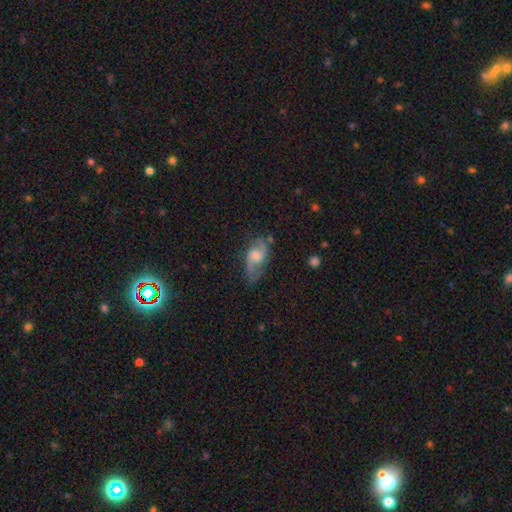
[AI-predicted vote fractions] Morphology: type=featured or disk (65%); edge-on=no (92%); bar=no (57%); spiral arms=yes (88%); winding=loose (45%); arm count=2 (85%); bulge=moderate (45%); merging=none (62%).